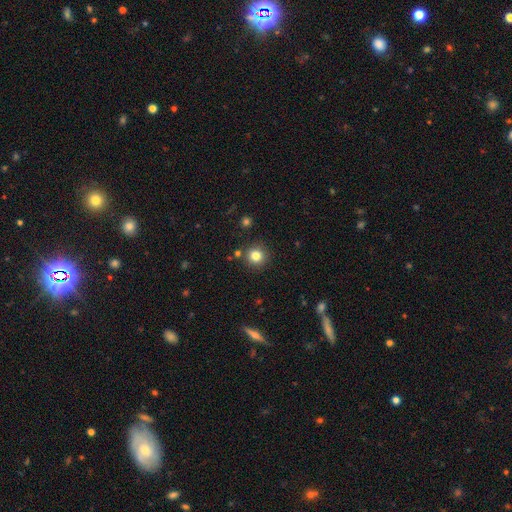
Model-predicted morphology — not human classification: smooth-or-featured: smooth: 81% | star or artifact: 13% | featured or disk: 6%
  how-rounded: round: 94% | in between: 6% | cigar-shaped: 1%
  merging: none: 86% | minor disturbance: 7% | merger: 4% | major disturbance: 2%